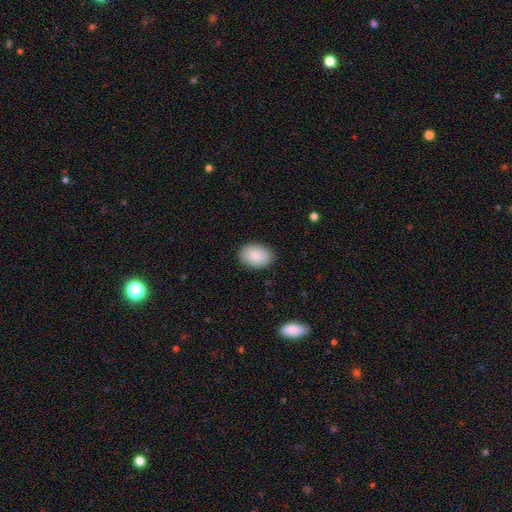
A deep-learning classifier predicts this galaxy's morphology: Overall: smooth (88%). How rounded: in between (80%). Merging: none (88%).